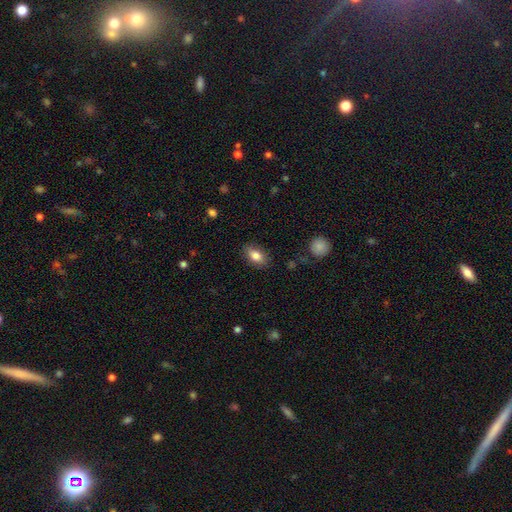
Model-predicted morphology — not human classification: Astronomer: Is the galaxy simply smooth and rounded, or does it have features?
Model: smooth — 83%.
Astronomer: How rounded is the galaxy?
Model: in between — 88%.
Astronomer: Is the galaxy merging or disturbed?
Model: none — 85%.